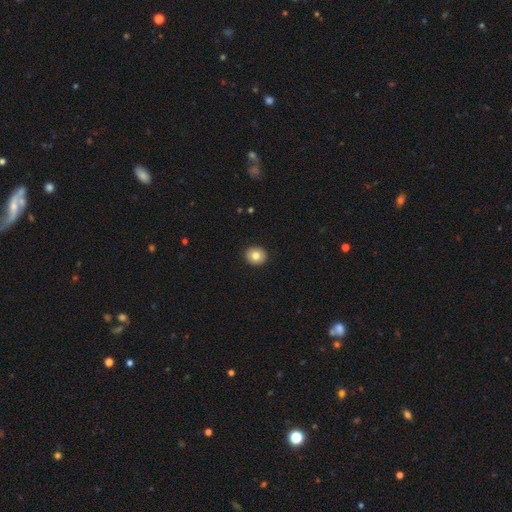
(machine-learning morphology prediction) Smooth or featured: smooth — 80% (featured or disk — 11%)
How rounded: round — 82% (in between — 17%)
Merging: none — 92% (minor disturbance — 5%)